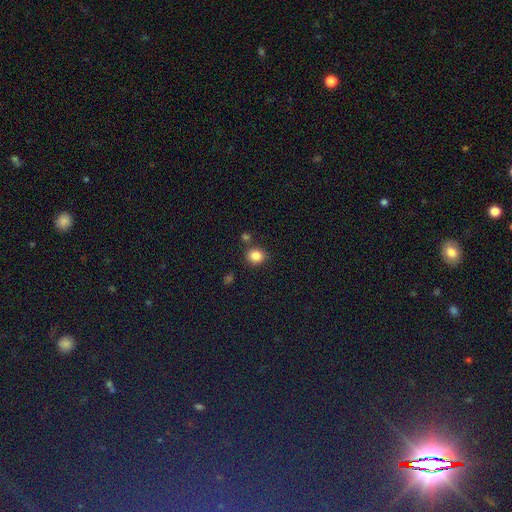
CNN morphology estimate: smooth 85%, star or artifact 11%, featured or disk 4%. Down the decision tree: how rounded — round (75%); merging — none (77%).